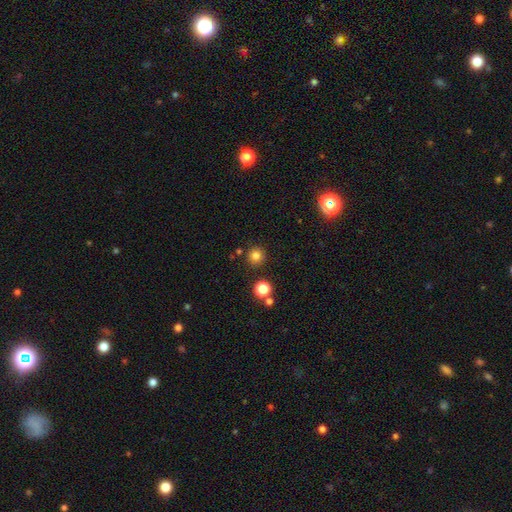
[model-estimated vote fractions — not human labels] smooth-or-featured: smooth: 82% | star or artifact: 14% | featured or disk: 5%
  how-rounded: round: 94% | in between: 5% | cigar-shaped: 1%
  merging: none: 88% | minor disturbance: 6% | merger: 4% | major disturbance: 2%